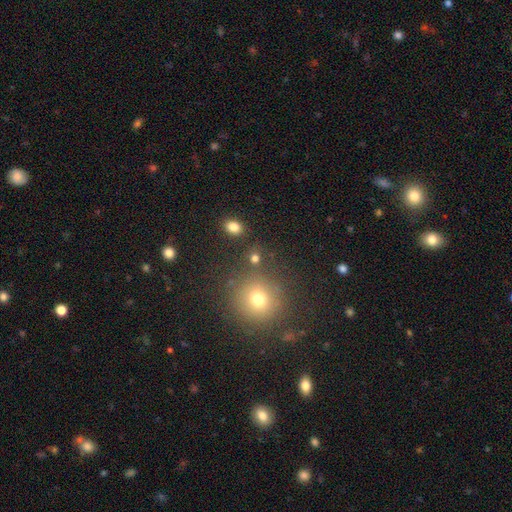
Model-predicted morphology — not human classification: Q: Smooth or featured?
A: smooth (61%); runner-up: star or artifact (29%)
Q: How rounded?
A: round (92%); runner-up: in between (7%)
Q: Merging?
A: none (83%); runner-up: minor disturbance (8%)